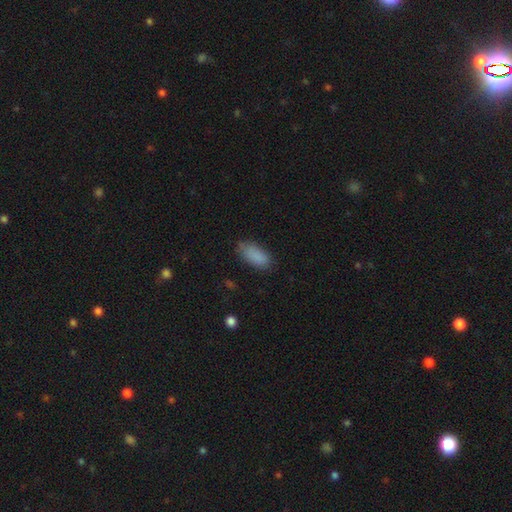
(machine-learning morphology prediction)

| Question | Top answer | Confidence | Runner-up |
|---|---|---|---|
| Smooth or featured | smooth | 87% | star or artifact (8%) |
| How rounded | in between | 87% | cigar-shaped (10%) |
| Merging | none | 76% | minor disturbance (19%) |